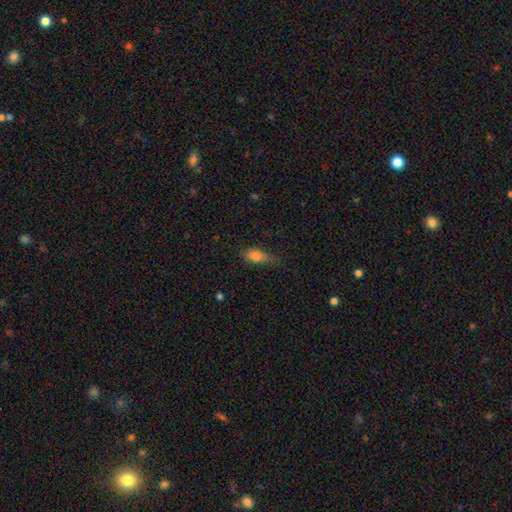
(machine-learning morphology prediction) Smooth or featured? Predicted: smooth (p=0.80). How rounded? Predicted: in between (p=0.81). Merging? Predicted: none (p=0.52).